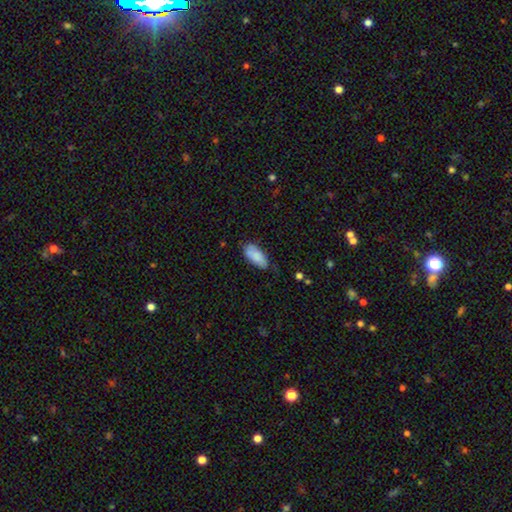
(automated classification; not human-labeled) This appears to be a smooth galaxy with no disk features (84%) that is in between round and cigar-shaped (89%). Merging: none (65%).